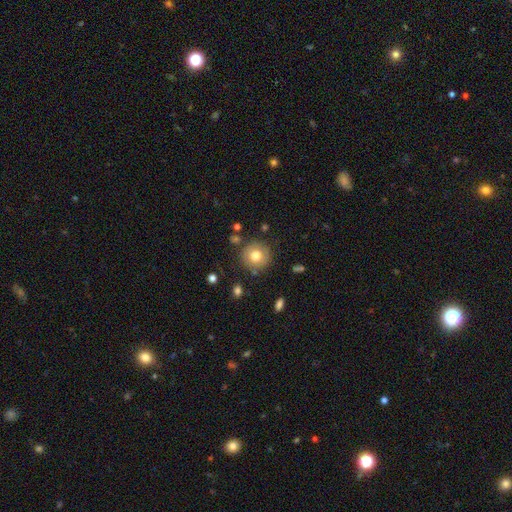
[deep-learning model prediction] Smooth or featured? smooth (76%)
How rounded? round (93%)
Merging? none (84%)